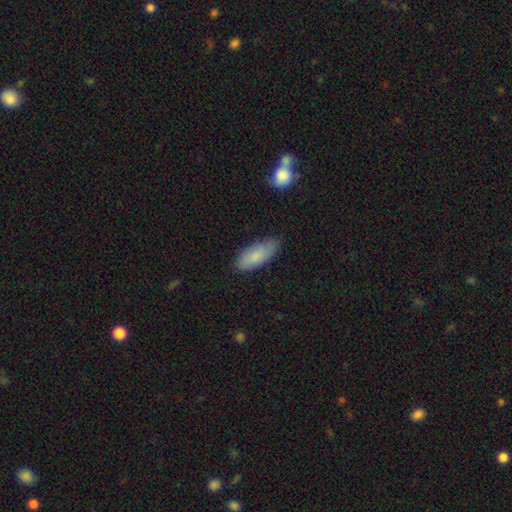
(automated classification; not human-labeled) Q: Smooth or featured?
A: smooth (81%); runner-up: featured or disk (13%)
Q: How rounded?
A: in between (81%); runner-up: cigar-shaped (18%)
Q: Merging?
A: none (75%); runner-up: minor disturbance (20%)